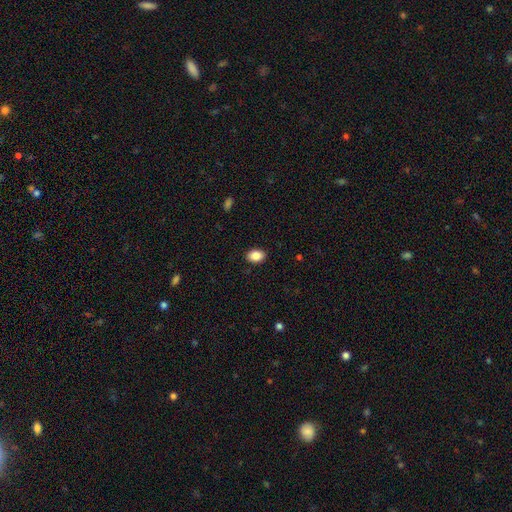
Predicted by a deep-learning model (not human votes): A smooth galaxy with no disk features (88%) that is in between round and cigar-shaped (76%). Merging: none (89%).